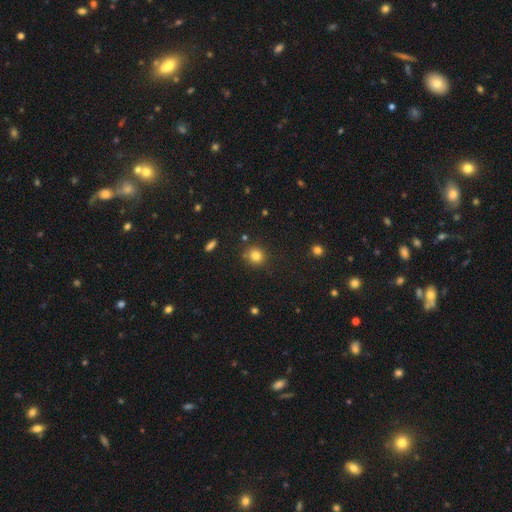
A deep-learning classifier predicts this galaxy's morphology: The model was most divided on "smooth or featured": smooth: 82%, star or artifact: 12%, featured or disk: 6%. More confident: how rounded — round (86%); merging — none (81%).